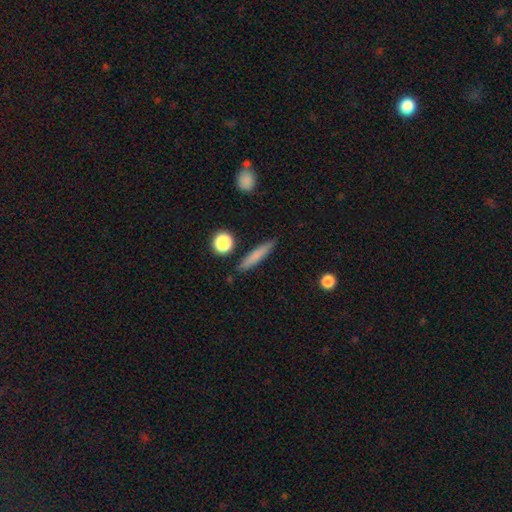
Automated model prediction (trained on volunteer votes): The model was most divided on "smooth or featured": smooth: 74%, featured or disk: 19%, star or artifact: 7%. More confident: how rounded — cigar-shaped (90%); merging — none (87%).